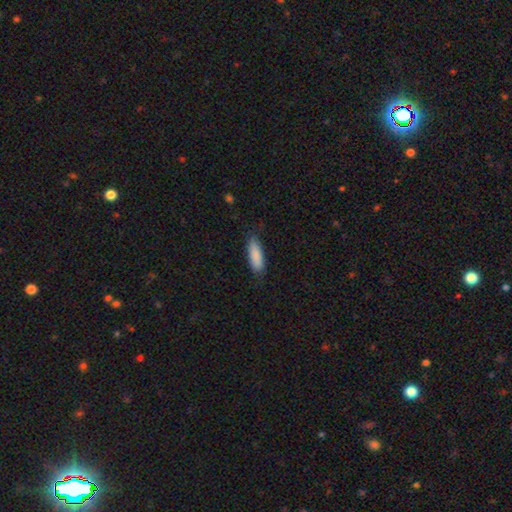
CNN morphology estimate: Q: Smooth or featured?
A: smooth (87%); runner-up: featured or disk (7%)
Q: How rounded?
A: in between (60%); runner-up: cigar-shaped (39%)
Q: Merging?
A: none (78%); runner-up: minor disturbance (18%)